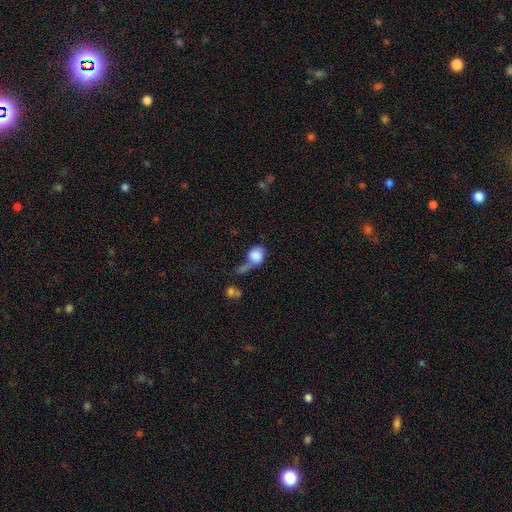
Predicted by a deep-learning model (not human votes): smooth_or_featured: smooth (p=0.80) [alt: featured or disk p=0.11]
how_rounded: round (p=0.63) [alt: in between p=0.35]
merging: merger (p=0.36) [alt: none p=0.26]